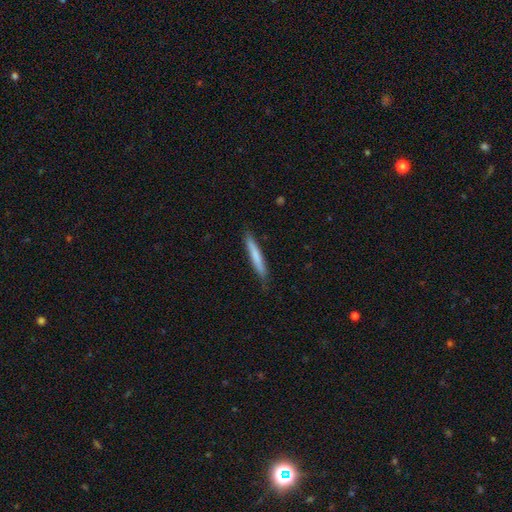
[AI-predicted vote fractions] smooth 71%, featured or disk 24%, star or artifact 5%. Down the decision tree: how rounded — cigar-shaped (95%); merging — none (86%).